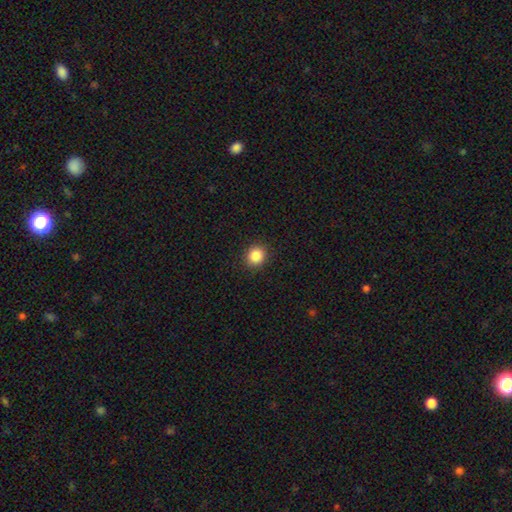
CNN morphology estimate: smooth 86%, star or artifact 10%, featured or disk 4%. Down the decision tree: how rounded — round (83%); merging — none (91%).